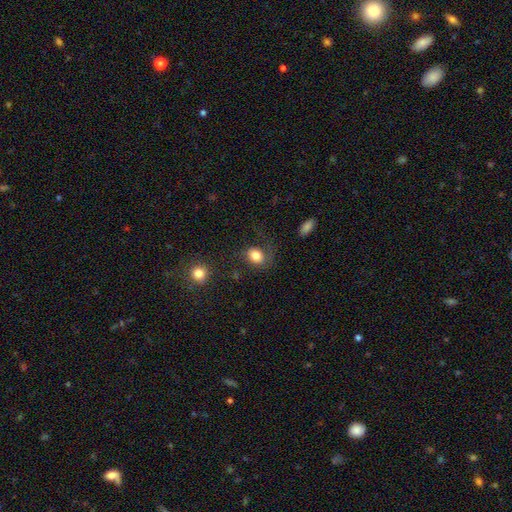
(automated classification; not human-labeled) smooth 80%, featured or disk 11%, star or artifact 9%. Down the decision tree: how rounded — in between (51%); merging — none (60%).